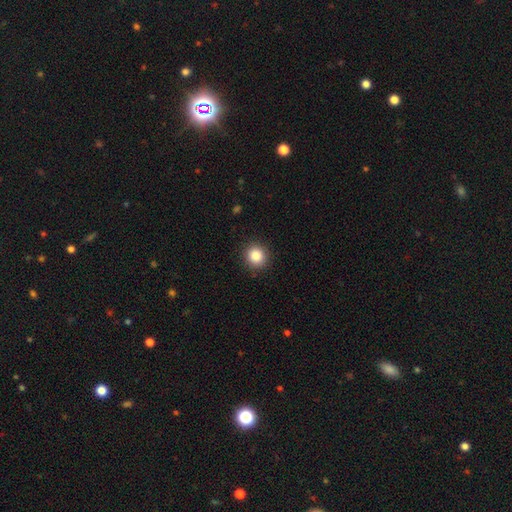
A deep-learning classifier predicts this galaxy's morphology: Smooth or featured? Predicted: smooth (p=0.86). How rounded? Predicted: round (p=0.90). Merging? Predicted: none (p=0.91).